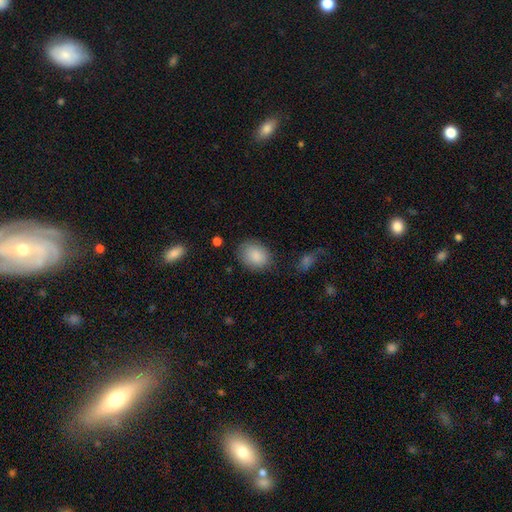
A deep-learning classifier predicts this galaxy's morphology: A smooth galaxy with no disk features (87%) that is in between round and cigar-shaped (61%). Merging: none (79%).